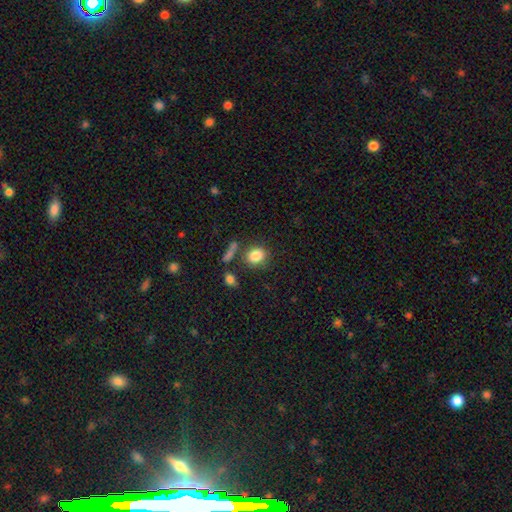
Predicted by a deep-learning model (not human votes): This appears to be a smooth galaxy with no disk features (84%) that is round (50%). Merging: none (71%).